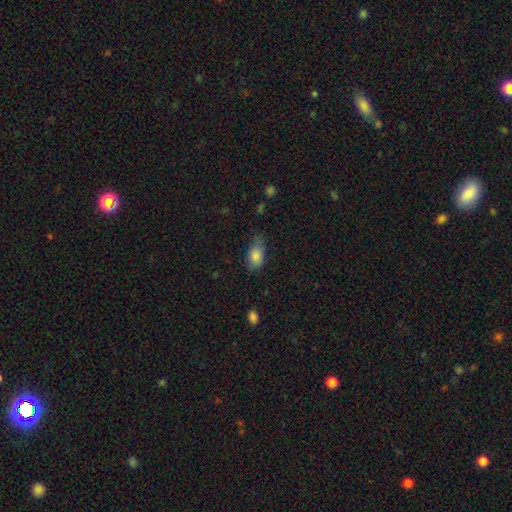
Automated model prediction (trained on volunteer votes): Overall: smooth (82%). How rounded: in between (87%). Merging: none (59%; minor disturbance 31%).